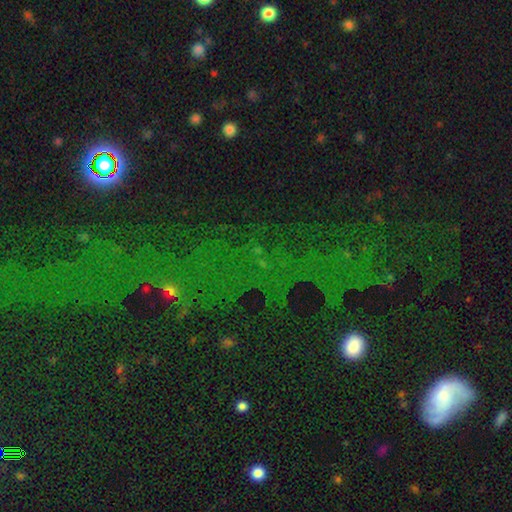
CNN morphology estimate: smooth-or-featured: star or artifact: 60% | smooth: 22% | featured or disk: 18%